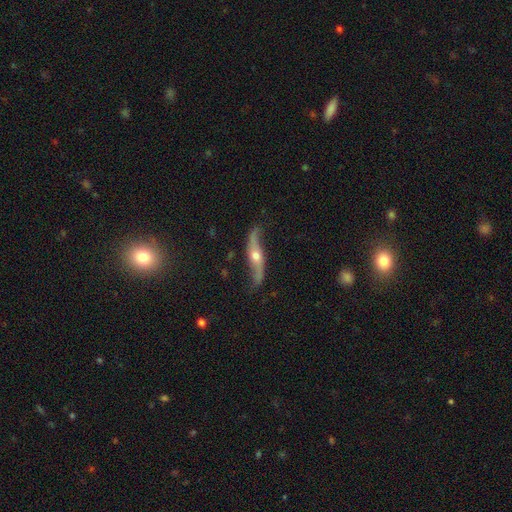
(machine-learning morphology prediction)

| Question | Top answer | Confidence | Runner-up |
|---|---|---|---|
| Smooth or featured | featured or disk | 85% | smooth (9%) |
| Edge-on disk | no | 65% | yes (35%) |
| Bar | no | 63% | weak (22%) |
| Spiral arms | yes | 94% | no (6%) |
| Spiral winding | loose | 87% | medium (9%) |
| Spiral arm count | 2 | 93% | can't tell (2%) |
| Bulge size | moderate | 66% | small (24%) |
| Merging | none | 78% | minor disturbance (15%) |